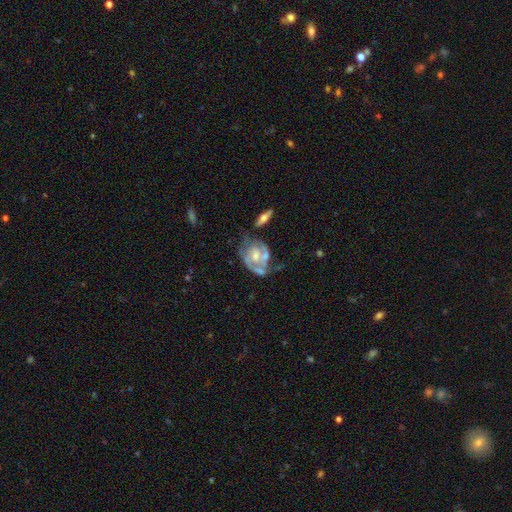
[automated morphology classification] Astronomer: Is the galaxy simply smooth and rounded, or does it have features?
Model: featured or disk — 76%.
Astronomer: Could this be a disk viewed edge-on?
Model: no — 96%.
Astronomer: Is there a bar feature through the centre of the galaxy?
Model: no — 66%.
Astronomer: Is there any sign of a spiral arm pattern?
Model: yes — 72%.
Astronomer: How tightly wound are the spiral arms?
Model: tight — 50% (runner-up: medium, 35%).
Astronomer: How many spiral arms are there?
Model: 2 — 44% (runner-up: can't tell, 29%).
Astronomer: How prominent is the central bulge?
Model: moderate — 51% (runner-up: small, 35%).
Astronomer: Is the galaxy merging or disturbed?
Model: none — 34% (runner-up: minor disturbance, 23%).